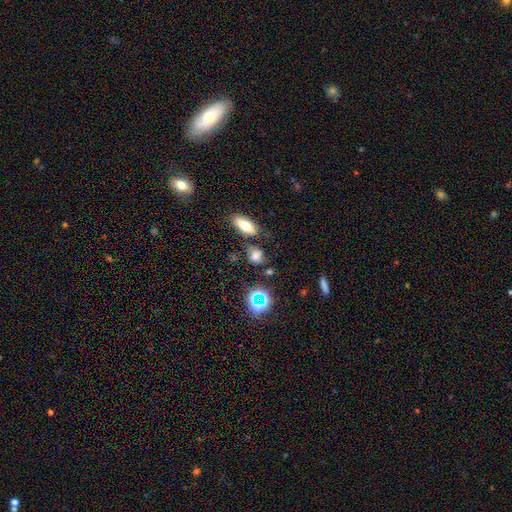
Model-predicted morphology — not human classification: Smooth or featured: smooth — 62% (star or artifact — 25%)
How rounded: in between — 57% (round — 40%)
Merging: none — 63% (minor disturbance — 20%)